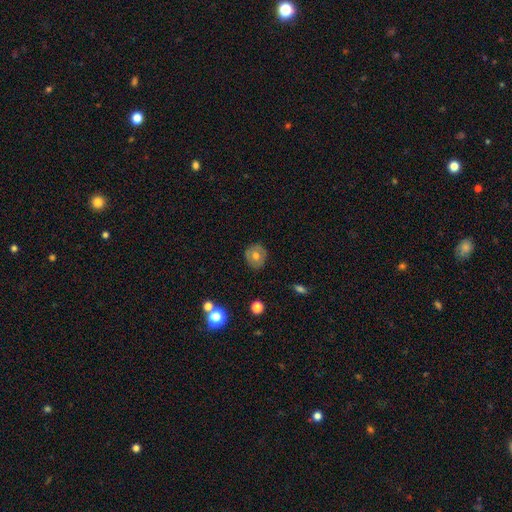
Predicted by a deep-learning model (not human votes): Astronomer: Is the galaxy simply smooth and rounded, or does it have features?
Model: smooth — 58%.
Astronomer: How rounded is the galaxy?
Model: round — 80%.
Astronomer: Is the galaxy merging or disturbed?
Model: none — 84%.